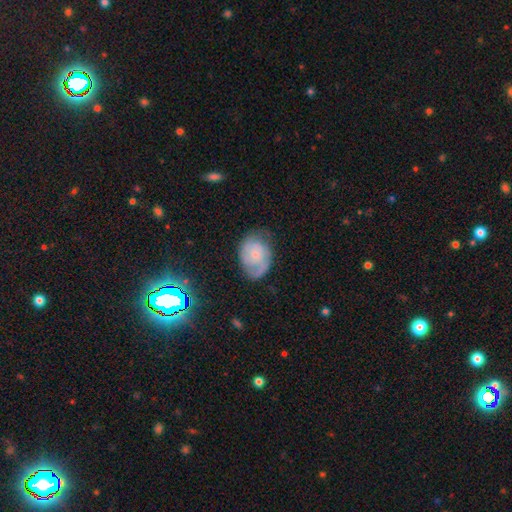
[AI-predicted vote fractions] This is possibly a featured or disk galaxy (59%). It is clearly not viewed edge-on (97%). Bar: likely no (77%). Spiral arm pattern: clearly yes (85%). Central bulge: likely small (70%). Merging: possibly none (58%).